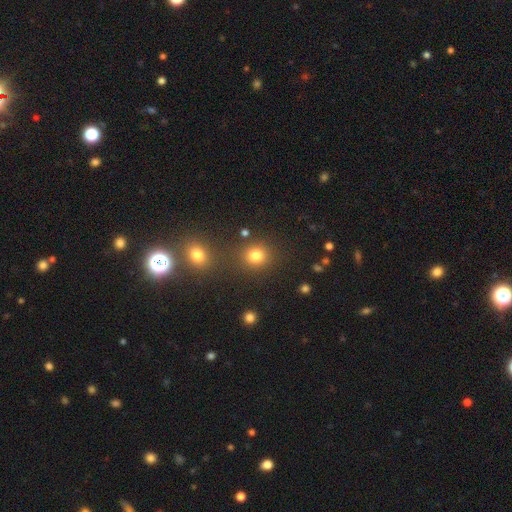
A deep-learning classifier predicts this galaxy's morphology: A smooth galaxy with no disk features (81%) that is round (85%). Merging: none (78%).